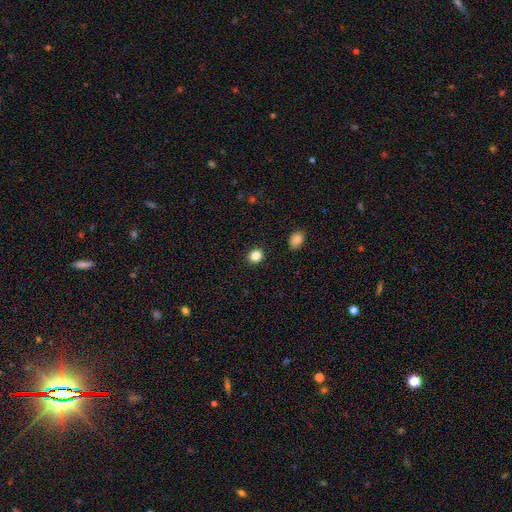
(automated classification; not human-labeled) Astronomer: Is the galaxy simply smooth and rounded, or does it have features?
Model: smooth — 84%.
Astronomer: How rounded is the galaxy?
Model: round — 79%.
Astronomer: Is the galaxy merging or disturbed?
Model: none — 91%.